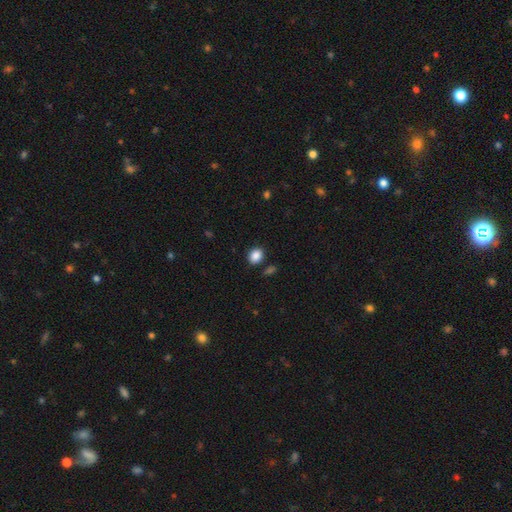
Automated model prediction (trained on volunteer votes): smooth_or_featured: smooth (p=0.88) [alt: star or artifact p=0.09]
how_rounded: in between (p=0.52) [alt: round p=0.48]
merging: none (p=0.85) [alt: minor disturbance p=0.09]